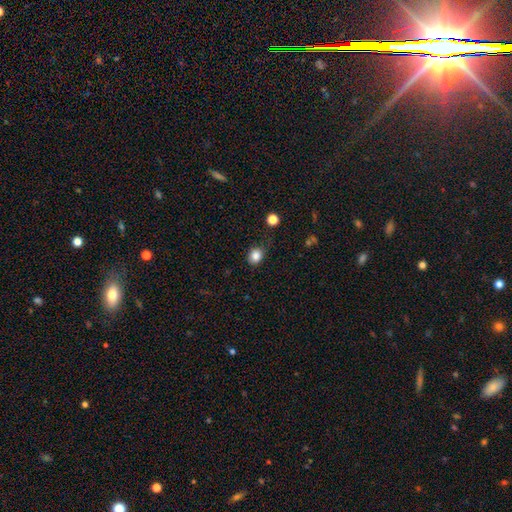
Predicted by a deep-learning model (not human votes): Smooth or featured? Predicted: smooth (p=0.84). How rounded? Predicted: round (p=0.60). Merging? Predicted: none (p=0.76).